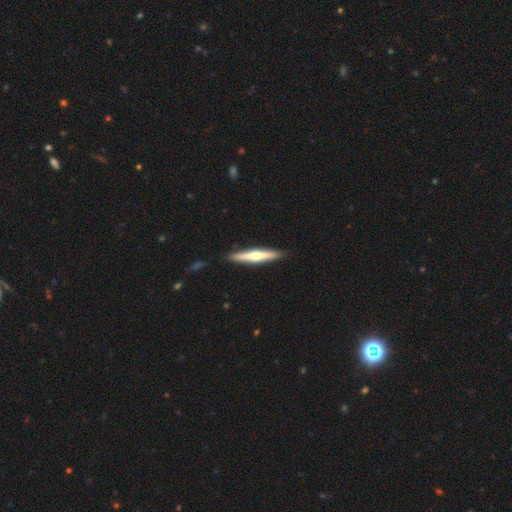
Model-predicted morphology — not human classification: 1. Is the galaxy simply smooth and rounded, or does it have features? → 60% featured or disk, 35% smooth, 5% star or artifact.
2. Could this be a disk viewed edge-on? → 96% yes, 4% no.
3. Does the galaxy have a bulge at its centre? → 89% rounded, 8% none, 4% boxy.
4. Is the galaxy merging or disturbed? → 91% none, 6% minor disturbance, 1% major disturbance, 1% merger.